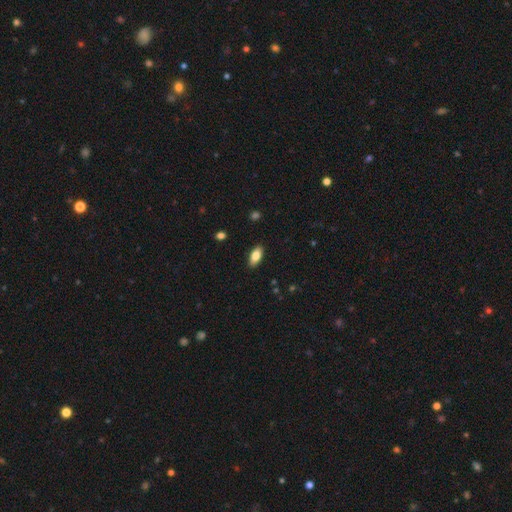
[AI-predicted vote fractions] Smooth or featured: smooth — 82% (featured or disk — 11%)
How rounded: in between — 88% (cigar-shaped — 9%)
Merging: none — 89% (minor disturbance — 9%)